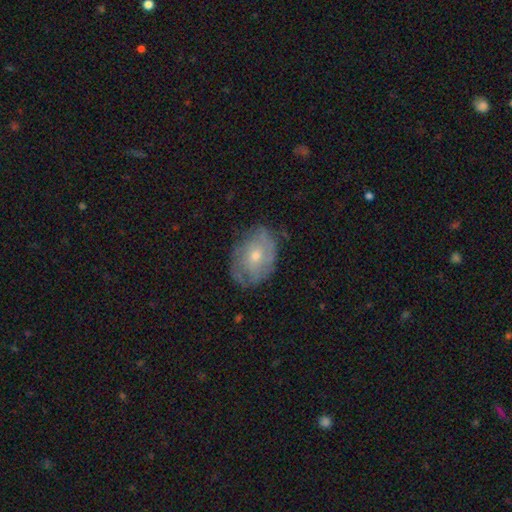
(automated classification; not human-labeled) Morphology: type=featured or disk (54%); edge-on=no (95%); bar=no (81%); spiral arms=yes (60%); bulge=moderate (52%); merging=none (69%).